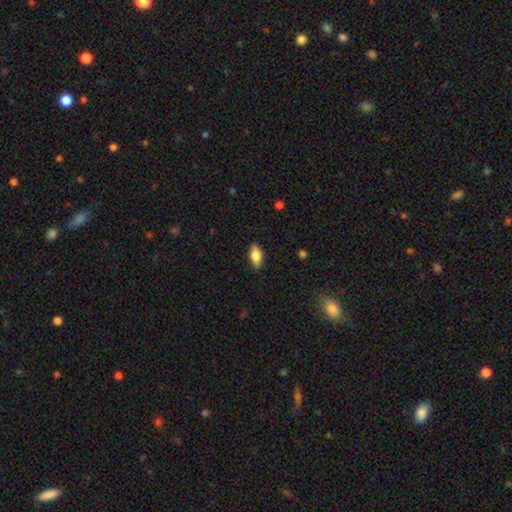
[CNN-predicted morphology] Smooth or featured?
  - smooth: 77% *
  - featured or disk: 16%
  - star or artifact: 7%
How rounded?
  - in between: 87% *
  - cigar-shaped: 10%
  - round: 3%
Merging?
  - none: 87% *
  - minor disturbance: 10%
  - major disturbance: 2%
  - merger: 1%